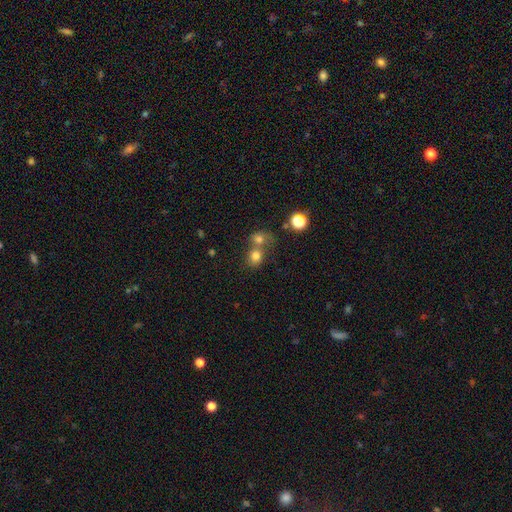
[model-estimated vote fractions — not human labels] The model was most divided on "merging": merger: 50%, none: 38%, minor disturbance: 8%, major disturbance: 4%. More confident: smooth or featured — smooth (76%); how rounded — round (71%).